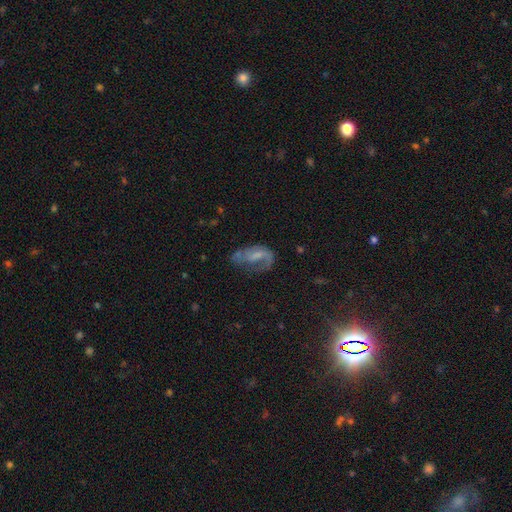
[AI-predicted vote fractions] Smooth or featured?
  - featured or disk: 60% *
  - smooth: 26%
  - star or artifact: 14%
Edge-on disk?
  - no: 95% *
  - yes: 5%
Bar?
  - no: 49% *
  - weak: 38%
  - strong: 12%
Spiral arms?
  - yes: 77% *
  - no: 23%
Bulge size?
  - none: 37% *
  - small: 34%
  - moderate: 23%
  - large: 5%
  - dominant: 2%
Merging?
  - none: 42% *
  - major disturbance: 31%
  - minor disturbance: 23%
  - merger: 4%